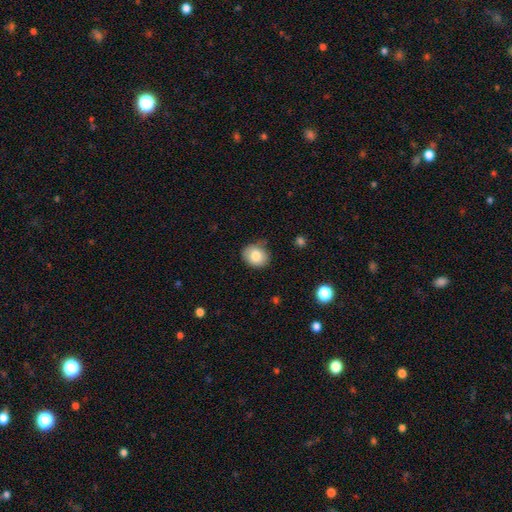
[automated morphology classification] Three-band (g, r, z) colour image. It shows a smooth galaxy with no disk features (82%) that is round (60%). Merging: none (78%).